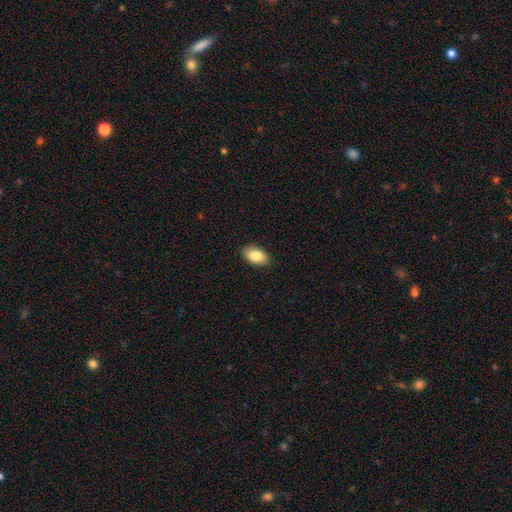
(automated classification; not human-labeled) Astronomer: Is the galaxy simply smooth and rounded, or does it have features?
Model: smooth — 86%.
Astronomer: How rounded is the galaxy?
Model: in between — 92%.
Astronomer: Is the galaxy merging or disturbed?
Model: none — 88%.